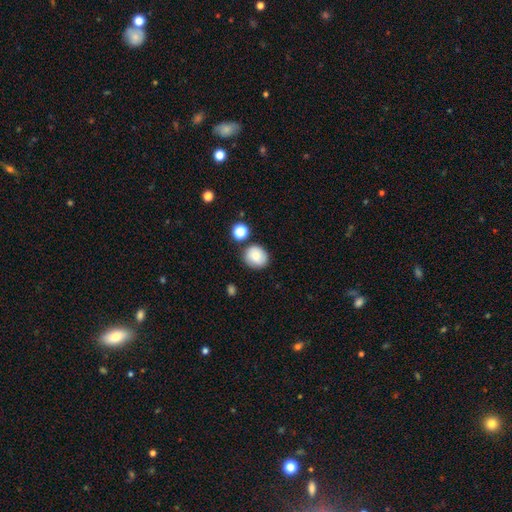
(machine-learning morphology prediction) Smooth or featured? smooth (76%)
How rounded? round (77%)
Merging? none (75%)